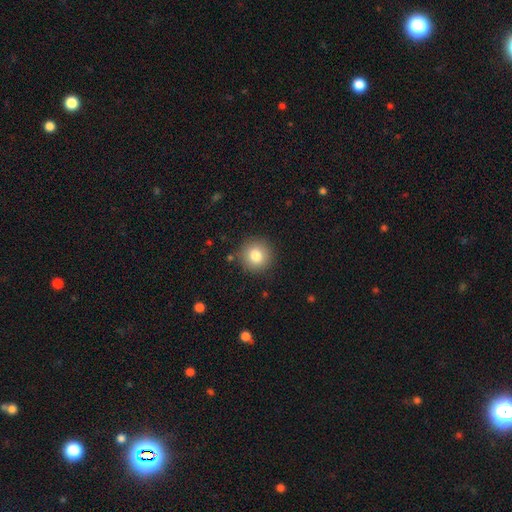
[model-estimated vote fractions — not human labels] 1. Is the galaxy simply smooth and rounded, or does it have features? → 82% smooth, 10% star or artifact, 8% featured or disk.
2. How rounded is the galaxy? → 93% round, 6% in between, 1% cigar-shaped.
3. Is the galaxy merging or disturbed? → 88% none, 7% minor disturbance, 3% major disturbance, 2% merger.